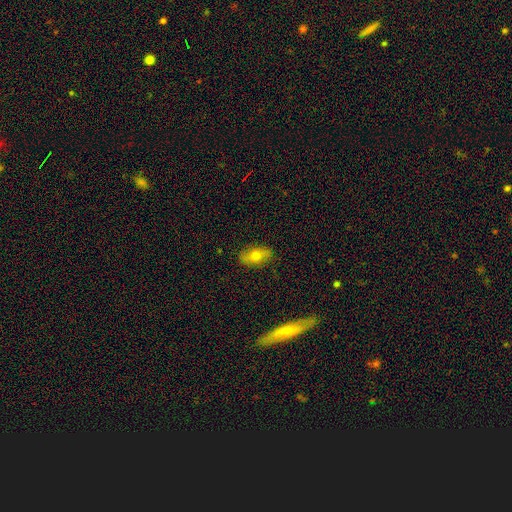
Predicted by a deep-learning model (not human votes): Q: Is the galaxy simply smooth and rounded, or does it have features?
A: smooth — 63%.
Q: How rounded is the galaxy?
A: in between — 85%.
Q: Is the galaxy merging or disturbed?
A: none — 86%.